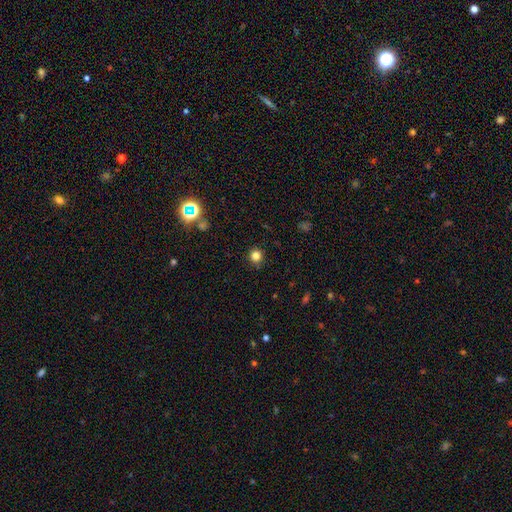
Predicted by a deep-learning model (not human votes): This is likely a smooth galaxy (79%). How rounded: clearly round (93%). Merging: clearly none (90%).